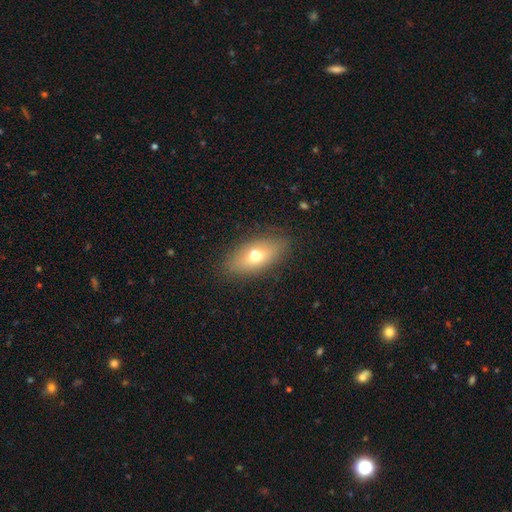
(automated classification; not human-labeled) This appears to be a smooth galaxy with no disk features (65%) that is in between round and cigar-shaped (82%). Merging: none (85%).